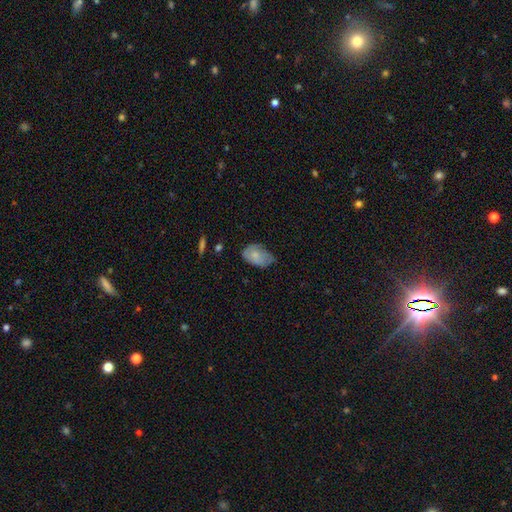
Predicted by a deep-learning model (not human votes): Overall: smooth (73%). How rounded: in between (89%). Merging: none (45%; minor disturbance 42%).